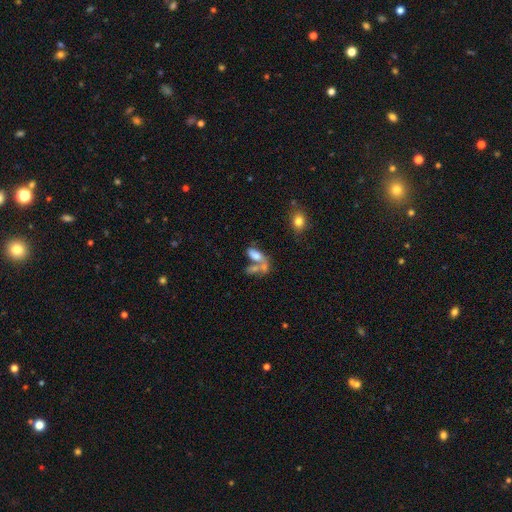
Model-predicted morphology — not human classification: Overall: smooth (63%; featured or disk 25%). How rounded: in between (83%). Merging: merger (55%; none 24%).